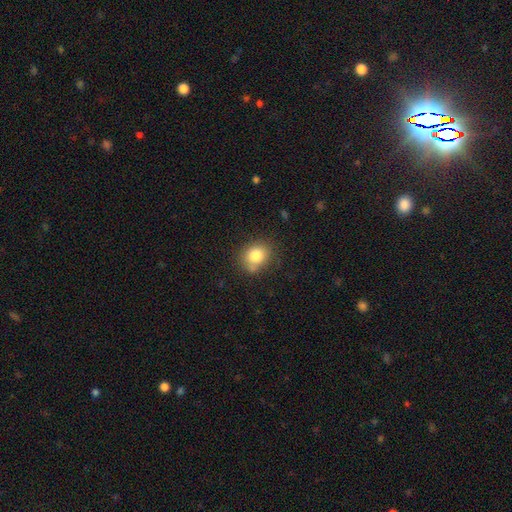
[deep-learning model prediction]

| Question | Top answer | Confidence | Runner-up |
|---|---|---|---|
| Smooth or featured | smooth | 81% | star or artifact (10%) |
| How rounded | round | 63% | in between (36%) |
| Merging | none | 70% | minor disturbance (18%) |